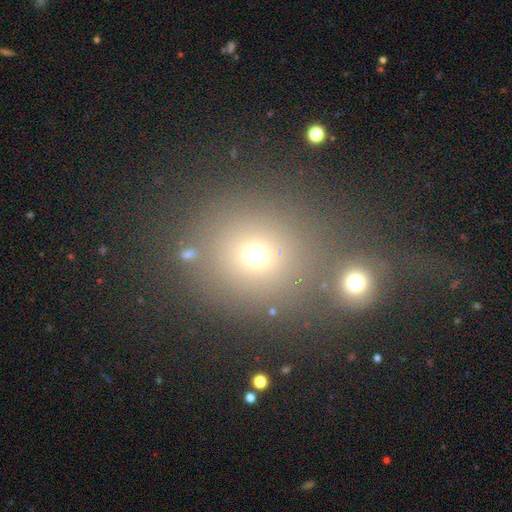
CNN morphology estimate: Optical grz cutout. It shows a smooth galaxy with no disk features (64%) that is round (87%). Merging: none (65%).